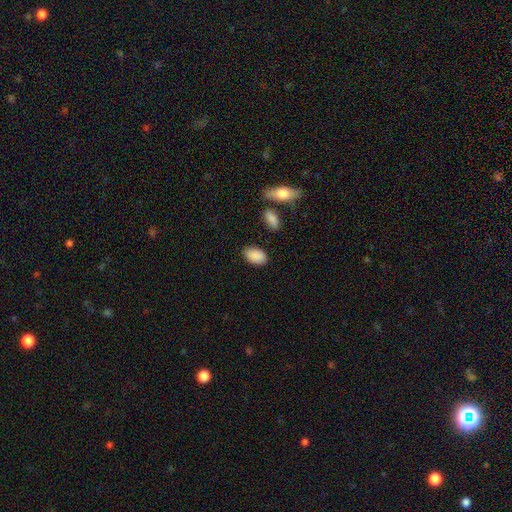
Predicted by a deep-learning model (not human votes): smooth_or_featured: smooth (p=0.90) [alt: star or artifact p=0.07]
how_rounded: in between (p=0.93) [alt: round p=0.05]
merging: none (p=0.84) [alt: minor disturbance p=0.11]